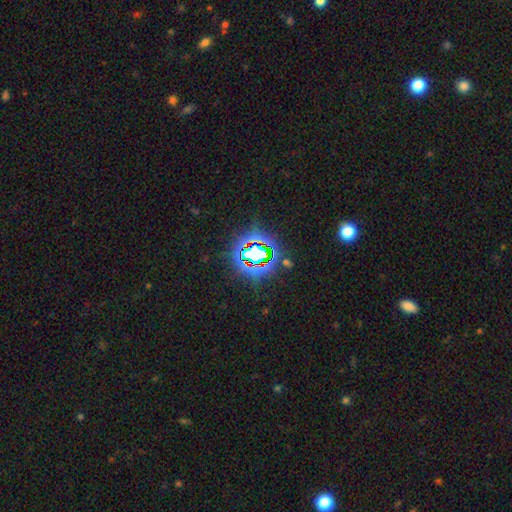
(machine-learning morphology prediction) type=star or artifact (76%).